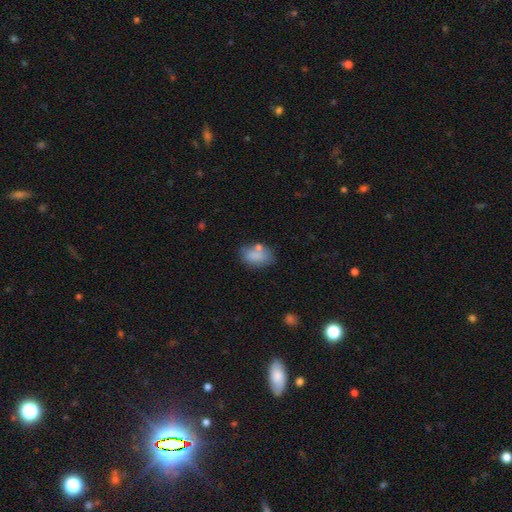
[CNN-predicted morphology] smooth-or-featured: smooth: 78% | featured or disk: 13% | star or artifact: 9%
  how-rounded: in between: 86% | round: 12% | cigar-shaped: 2%
  merging: none: 58% | minor disturbance: 21% | merger: 14% | major disturbance: 7%